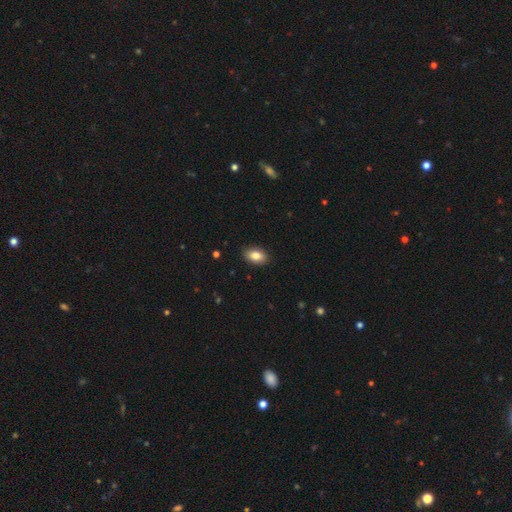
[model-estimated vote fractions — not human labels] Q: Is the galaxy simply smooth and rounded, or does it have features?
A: smooth — 84%.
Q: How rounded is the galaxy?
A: in between — 90%.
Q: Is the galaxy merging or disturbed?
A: none — 89%.